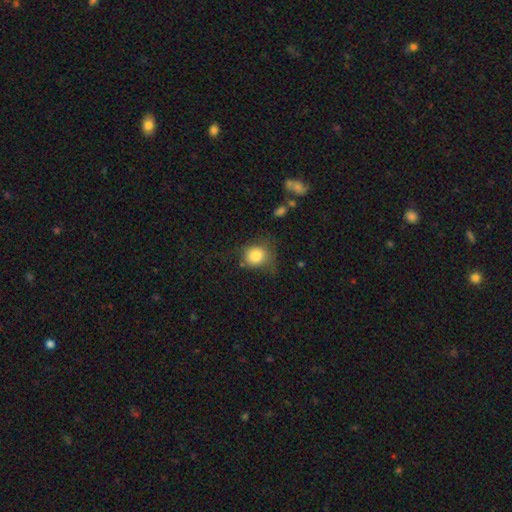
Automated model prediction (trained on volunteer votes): A smooth galaxy with no disk features (83%) that is round (77%).

Vote fractions:
- Smooth or featured? smooth: 83% / star or artifact: 9% / featured or disk: 8%
- How rounded? round: 77% / in between: 22% / cigar-shaped: 1%
- Merging? none: 52% / minor disturbance: 30% / major disturbance: 15% / merger: 3%